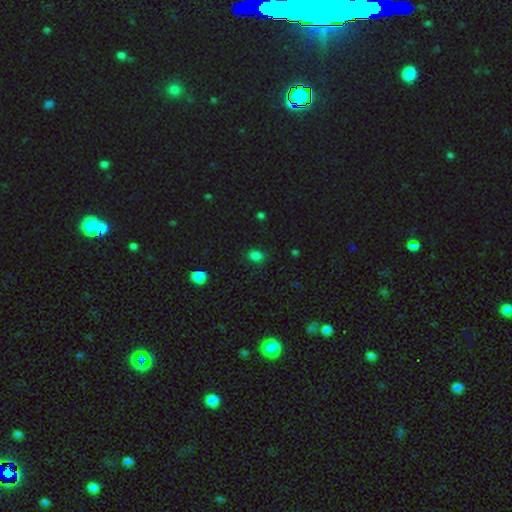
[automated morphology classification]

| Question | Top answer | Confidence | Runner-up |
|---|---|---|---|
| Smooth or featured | smooth | 78% | star or artifact (18%) |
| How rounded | in between | 62% | round (36%) |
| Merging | none | 78% | minor disturbance (16%) |